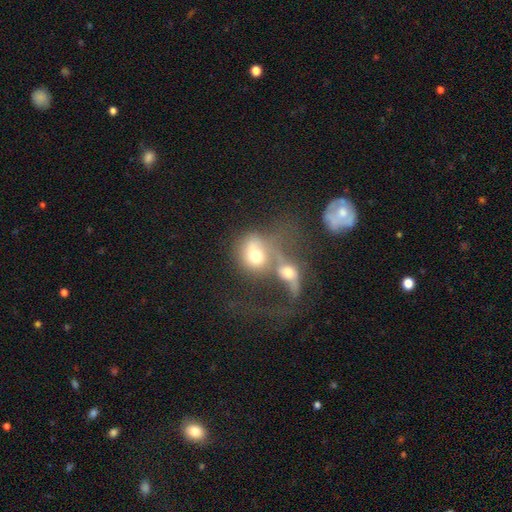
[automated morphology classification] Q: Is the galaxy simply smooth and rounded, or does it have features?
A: smooth — 47%.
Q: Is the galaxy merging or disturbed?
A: merger — 72%.